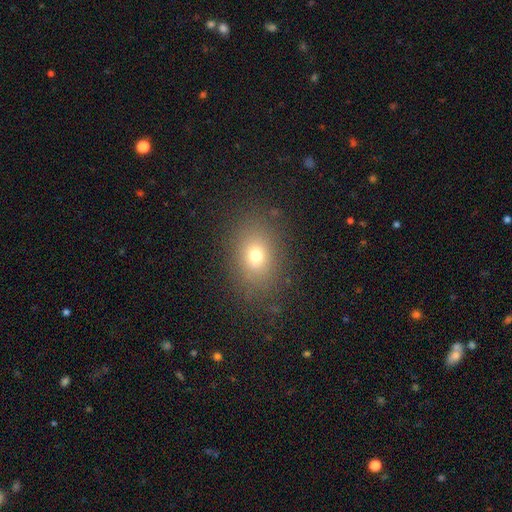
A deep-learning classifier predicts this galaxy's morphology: A smooth galaxy with no disk features (71%) that is in between round and cigar-shaped (69%).

Vote fractions:
- Smooth or featured? smooth: 71% / star or artifact: 15% / featured or disk: 14%
- How rounded? in between: 69% / round: 30% / cigar-shaped: 2%
- Merging? none: 84% / minor disturbance: 10% / major disturbance: 5% / merger: 1%